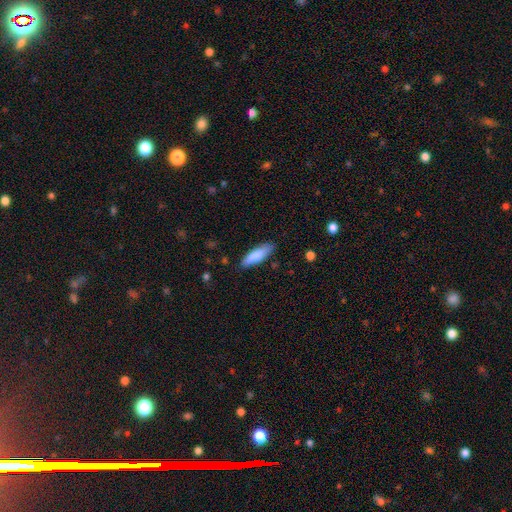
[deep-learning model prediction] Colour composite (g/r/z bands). It shows a smooth galaxy with no disk features (82%) that is cigar-shaped (56%). Merging: none (85%).